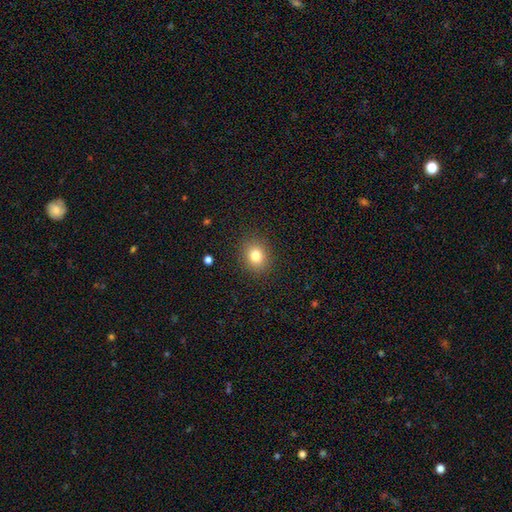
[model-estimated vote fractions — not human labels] This appears to be a smooth galaxy with no disk features (81%) that is round (68%). Merging: none (89%).